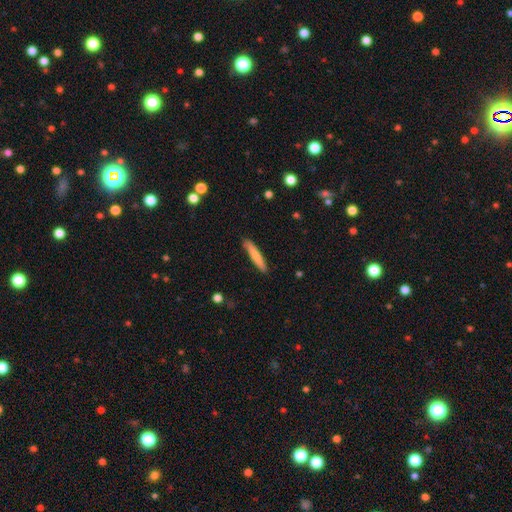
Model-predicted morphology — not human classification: A smooth galaxy with no disk features (73%) that is cigar-shaped (93%).

Vote fractions:
- Smooth or featured? smooth: 73% / featured or disk: 21% / star or artifact: 5%
- How rounded? cigar-shaped: 93% / in between: 6% / round: 1%
- Merging? none: 88% / minor disturbance: 9% / major disturbance: 2% / merger: 1%